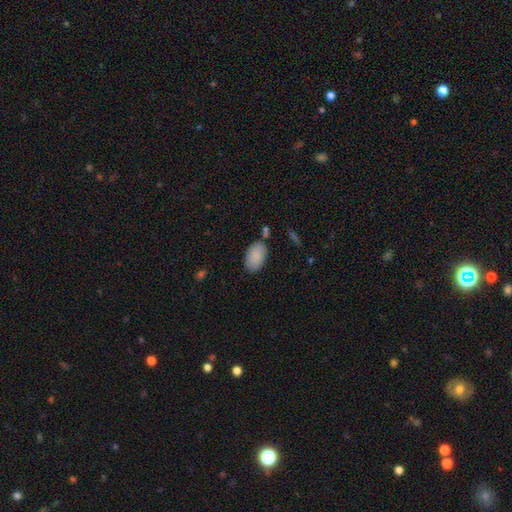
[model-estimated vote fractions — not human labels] Smooth or featured: smooth — 89% (star or artifact — 6%)
How rounded: in between — 94% (round — 5%)
Merging: none — 80% (minor disturbance — 13%)